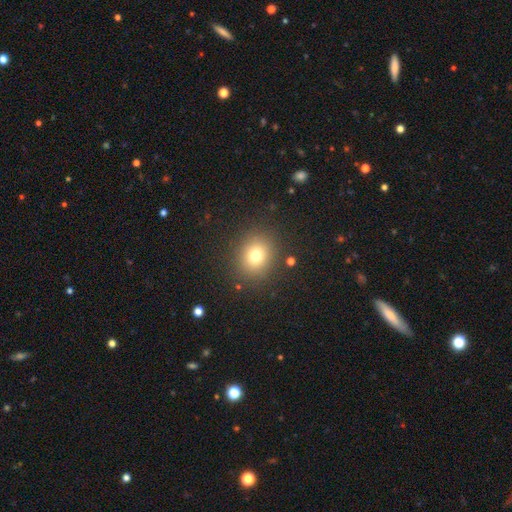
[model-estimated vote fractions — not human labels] Smooth or featured?
  - smooth: 74% *
  - star or artifact: 16%
  - featured or disk: 10%
How rounded?
  - round: 75% *
  - in between: 24%
  - cigar-shaped: 1%
Merging?
  - none: 87% *
  - minor disturbance: 8%
  - major disturbance: 4%
  - merger: 2%